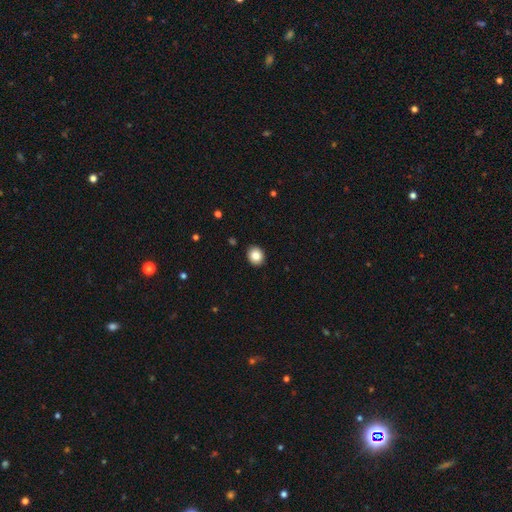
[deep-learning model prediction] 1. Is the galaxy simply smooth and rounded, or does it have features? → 85% smooth, 9% star or artifact, 6% featured or disk.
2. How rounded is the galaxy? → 66% round, 34% in between, 1% cigar-shaped.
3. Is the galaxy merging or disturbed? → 91% none, 6% minor disturbance, 2% major disturbance, 1% merger.